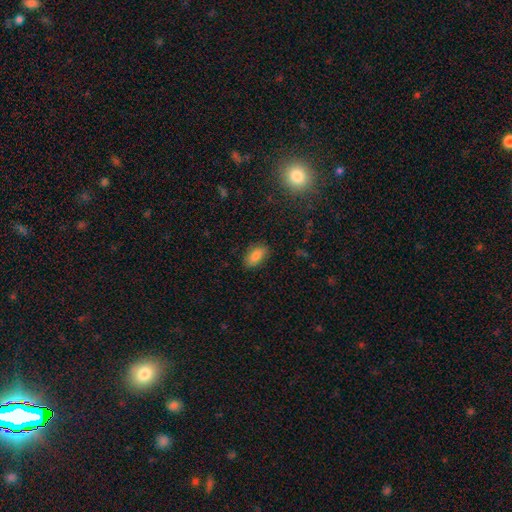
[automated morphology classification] Smooth or featured?
  - smooth: 83% *
  - featured or disk: 9%
  - star or artifact: 8%
How rounded?
  - in between: 91% *
  - cigar-shaped: 6%
  - round: 4%
Merging?
  - none: 85% *
  - minor disturbance: 11%
  - major disturbance: 3%
  - merger: 1%